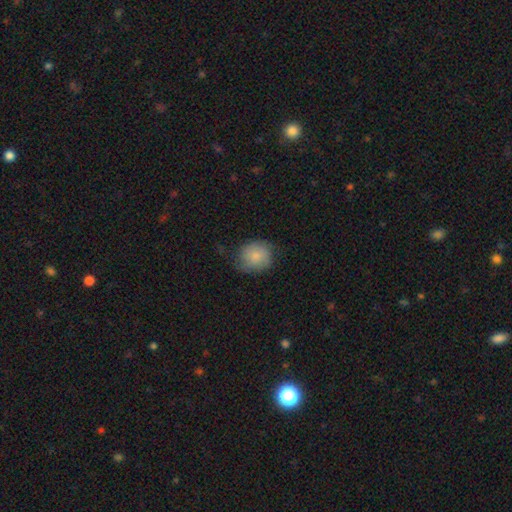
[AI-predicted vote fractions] Q: Smooth or featured?
A: smooth (82%); runner-up: featured or disk (11%)
Q: How rounded?
A: round (74%); runner-up: in between (25%)
Q: Merging?
A: none (66%); runner-up: minor disturbance (26%)